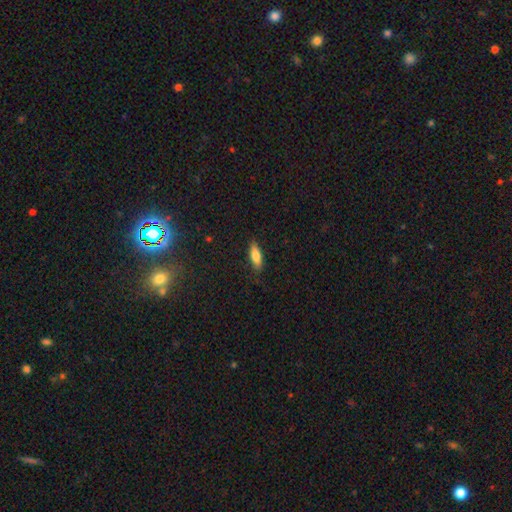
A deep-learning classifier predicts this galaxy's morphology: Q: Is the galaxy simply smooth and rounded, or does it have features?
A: smooth — 80%.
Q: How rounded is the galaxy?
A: in between — 58%.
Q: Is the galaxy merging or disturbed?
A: none — 84%.